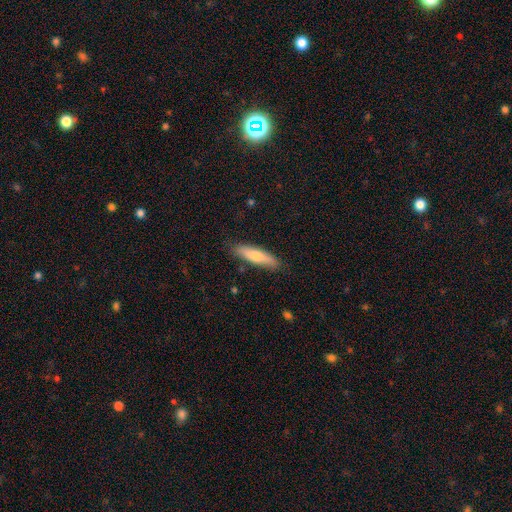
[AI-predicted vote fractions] This appears to be a smooth galaxy with no disk features (65%) that is cigar-shaped (77%). Merging: none (87%).